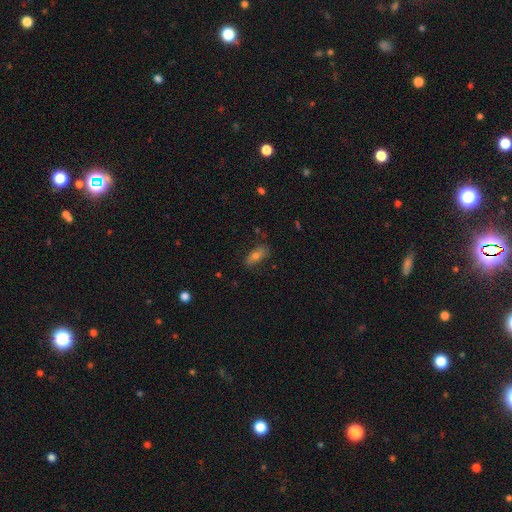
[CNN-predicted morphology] Smooth or featured: smooth — 64% (featured or disk — 26%)
How rounded: in between — 72% (cigar-shaped — 24%)
Merging: none — 77% (minor disturbance — 17%)